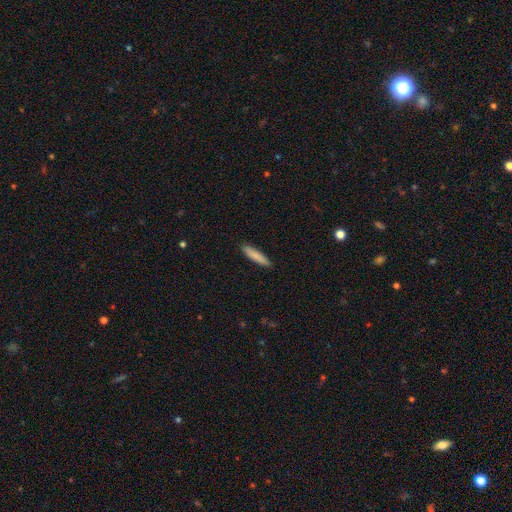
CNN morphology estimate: Q: Smooth or featured?
A: smooth (85%); runner-up: featured or disk (9%)
Q: How rounded?
A: cigar-shaped (83%); runner-up: in between (15%)
Q: Merging?
A: none (89%); runner-up: minor disturbance (8%)